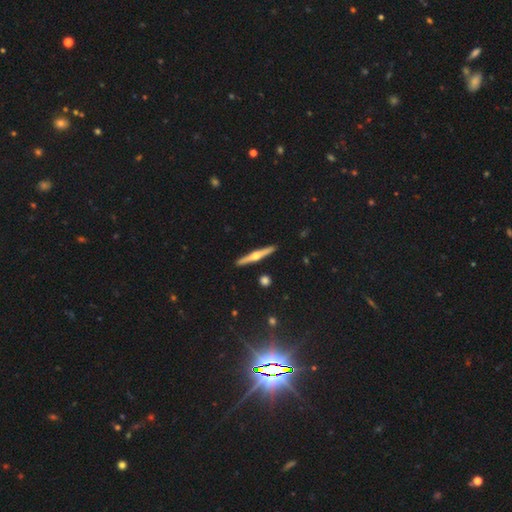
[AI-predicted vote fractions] smooth_or_featured: featured or disk (p=0.71) [alt: smooth p=0.24]
disk_edge_on: yes (p=0.98) [alt: no p=0.02]
edge_on_bulge: rounded (p=0.93) [alt: none p=0.04]
merging: none (p=0.92) [alt: minor disturbance p=0.06]